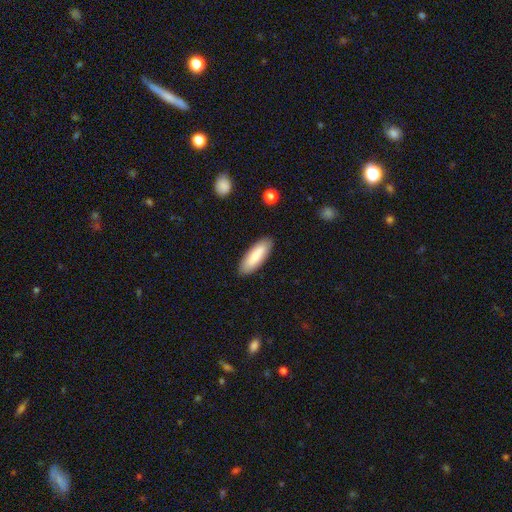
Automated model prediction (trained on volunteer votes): The model was most divided on "how rounded": in between: 59%, cigar-shaped: 40%, round: 1%. More confident: merging — none (89%); smooth or featured — smooth (82%).